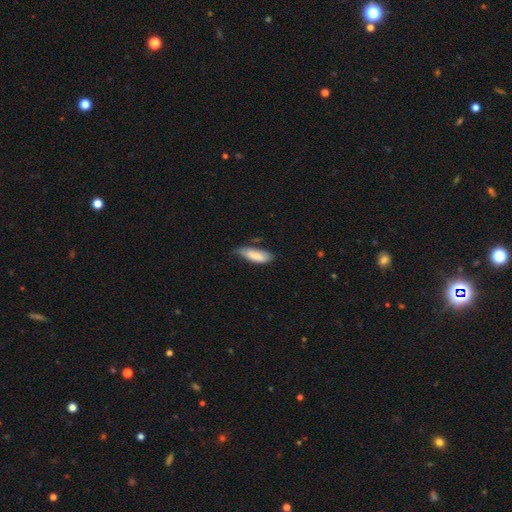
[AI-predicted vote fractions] This appears to be a smooth galaxy with no disk features (82%) that is in between round and cigar-shaped (64%). Merging: none (44%).